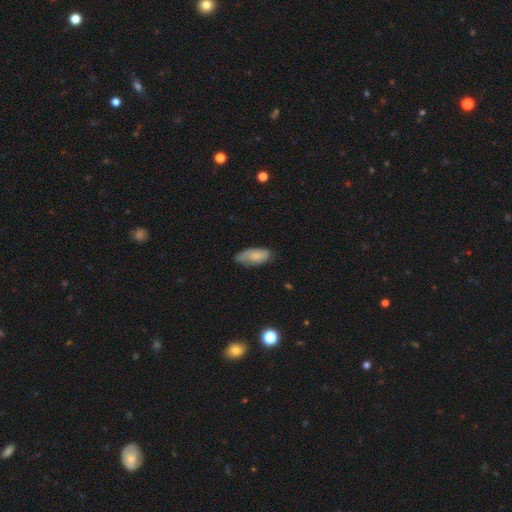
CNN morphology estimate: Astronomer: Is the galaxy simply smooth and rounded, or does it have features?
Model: smooth — 75%.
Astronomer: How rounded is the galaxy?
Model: in between — 88%.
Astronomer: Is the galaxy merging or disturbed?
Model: none — 63%.